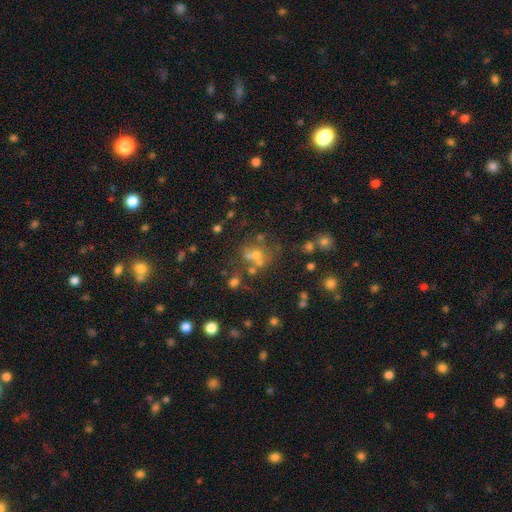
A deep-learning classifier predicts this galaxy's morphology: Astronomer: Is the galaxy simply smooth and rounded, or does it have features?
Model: smooth — 48% (runner-up: star or artifact, 30%).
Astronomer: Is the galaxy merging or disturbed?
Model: none — 48% (runner-up: merger, 33%).